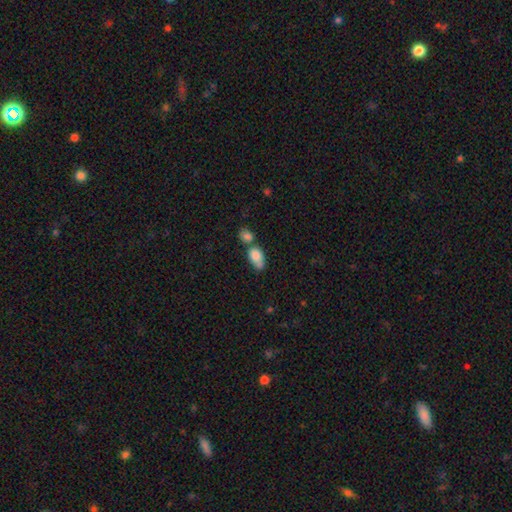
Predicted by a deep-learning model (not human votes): A smooth galaxy with no disk features (80%) that is in between round and cigar-shaped (86%).

Vote fractions:
- Smooth or featured? smooth: 80% / featured or disk: 12% / star or artifact: 8%
- How rounded? in between: 86% / round: 11% / cigar-shaped: 3%
- Merging? merger: 50% / none: 28% / minor disturbance: 15% / major disturbance: 7%